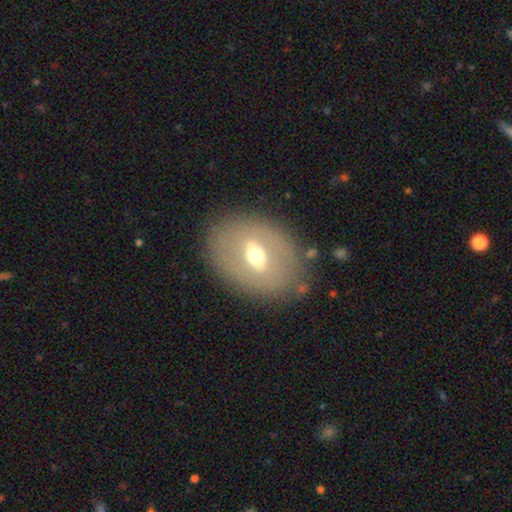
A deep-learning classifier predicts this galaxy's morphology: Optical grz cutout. It shows a featured or disk galaxy (56%). Merging: none (80%).